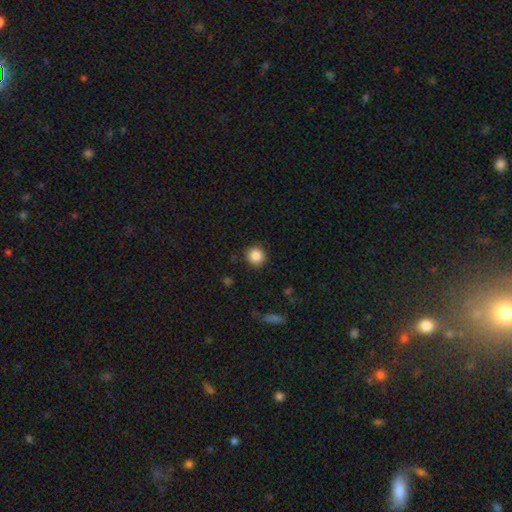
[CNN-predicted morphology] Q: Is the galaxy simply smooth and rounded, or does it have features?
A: smooth — 86%.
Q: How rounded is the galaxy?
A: round — 94%.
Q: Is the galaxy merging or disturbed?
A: none — 89%.